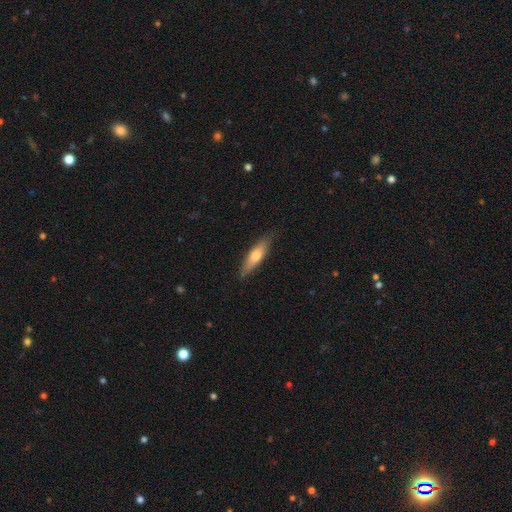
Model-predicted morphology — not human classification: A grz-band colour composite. It shows a smooth galaxy with no disk features (59%) that is cigar-shaped (71%). Merging: none (85%).